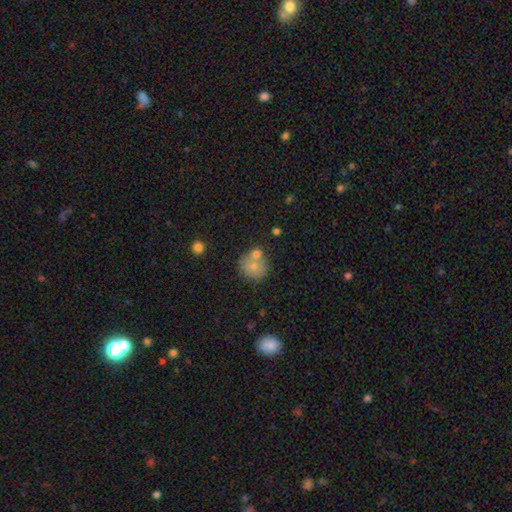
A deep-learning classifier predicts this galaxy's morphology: A smooth galaxy with no disk features (66%) that is round (87%). Merging: none (61%).